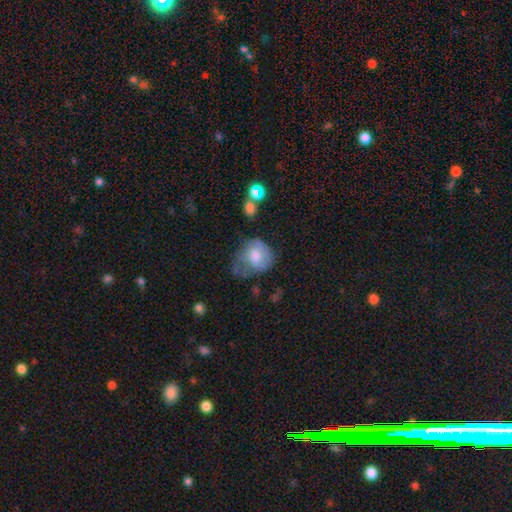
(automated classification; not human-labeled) smooth-or-featured: smooth: 60% | featured or disk: 32% | star or artifact: 8%
  how-rounded: round: 58% | in between: 41% | cigar-shaped: 1%
  merging: major disturbance: 35% | minor disturbance: 33% | none: 28% | merger: 4%